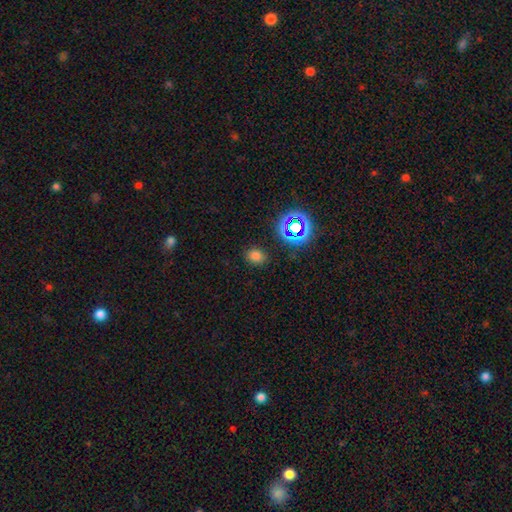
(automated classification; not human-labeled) smooth 71%, star or artifact 23%, featured or disk 5%. Down the decision tree: how rounded — round (50%); merging — none (85%).